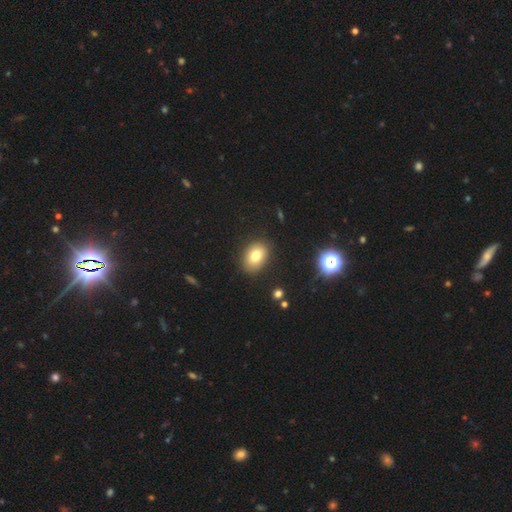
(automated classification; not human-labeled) Smooth or featured?
  - smooth: 78% *
  - star or artifact: 11%
  - featured or disk: 10%
How rounded?
  - in between: 72% *
  - round: 27%
  - cigar-shaped: 1%
Merging?
  - none: 87% *
  - minor disturbance: 9%
  - major disturbance: 2%
  - merger: 1%